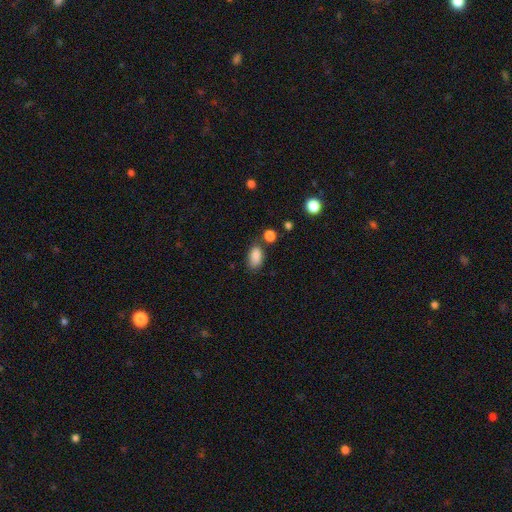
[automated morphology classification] smooth_or_featured: smooth (p=0.87) [alt: star or artifact p=0.09]
how_rounded: in between (p=0.91) [alt: round p=0.07]
merging: none (p=0.69) [alt: minor disturbance p=0.18]